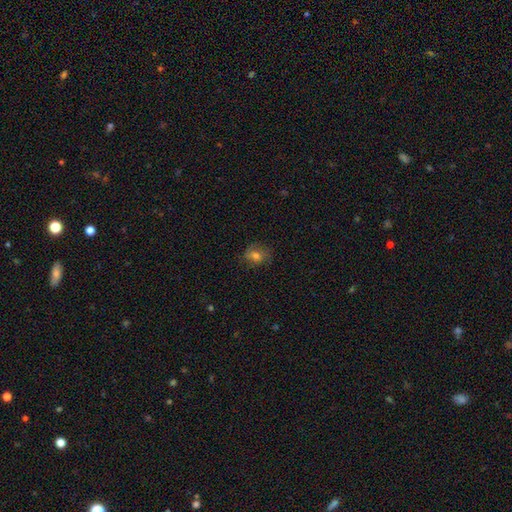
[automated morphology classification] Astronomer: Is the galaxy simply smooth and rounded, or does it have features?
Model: smooth — 67%.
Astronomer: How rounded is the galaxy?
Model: round — 60% (runner-up: in between, 39%).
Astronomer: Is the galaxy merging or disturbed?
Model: none — 72%.